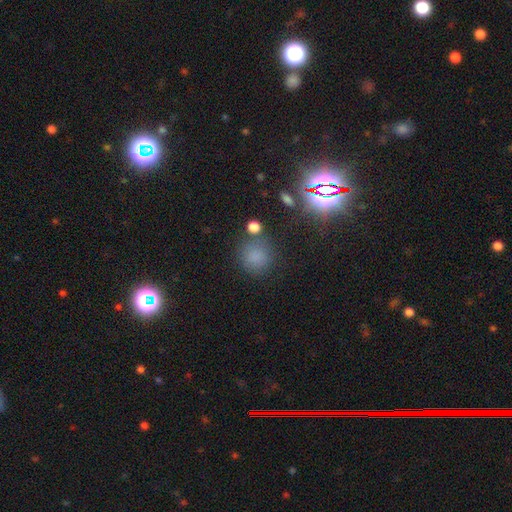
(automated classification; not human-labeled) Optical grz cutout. It shows a smooth galaxy with no disk features (72%) that is round (89%). Merging: none (76%).